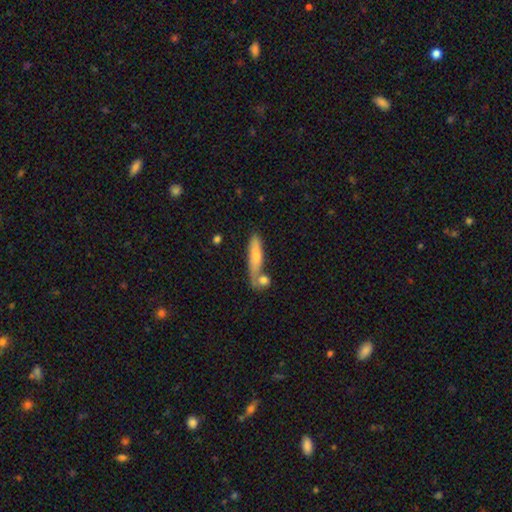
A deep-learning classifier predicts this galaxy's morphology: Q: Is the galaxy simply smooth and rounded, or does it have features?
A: smooth — 62%.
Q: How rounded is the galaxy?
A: cigar-shaped — 78%.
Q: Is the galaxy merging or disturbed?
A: none — 59%.